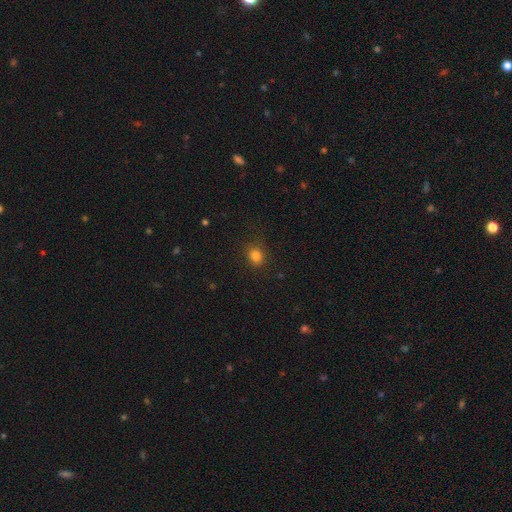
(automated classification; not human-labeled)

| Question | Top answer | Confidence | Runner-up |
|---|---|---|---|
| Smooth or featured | smooth | 83% | star or artifact (13%) |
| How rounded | round | 66% | in between (33%) |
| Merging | none | 85% | minor disturbance (10%) |